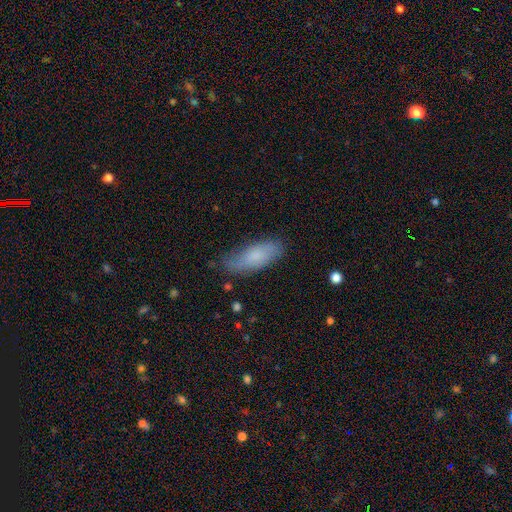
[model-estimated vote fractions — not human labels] Q: Smooth or featured?
A: smooth (74%); runner-up: featured or disk (19%)
Q: How rounded?
A: in between (72%); runner-up: cigar-shaped (26%)
Q: Merging?
A: none (72%); runner-up: minor disturbance (22%)